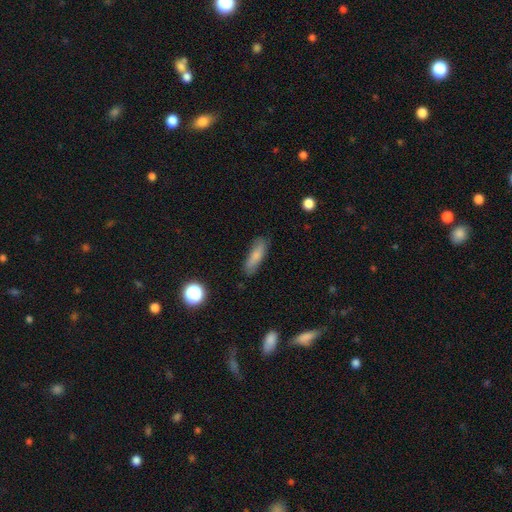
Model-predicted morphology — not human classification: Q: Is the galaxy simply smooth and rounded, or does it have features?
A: smooth — 77%.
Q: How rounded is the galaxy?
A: cigar-shaped — 50%.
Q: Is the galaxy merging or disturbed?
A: none — 78%.